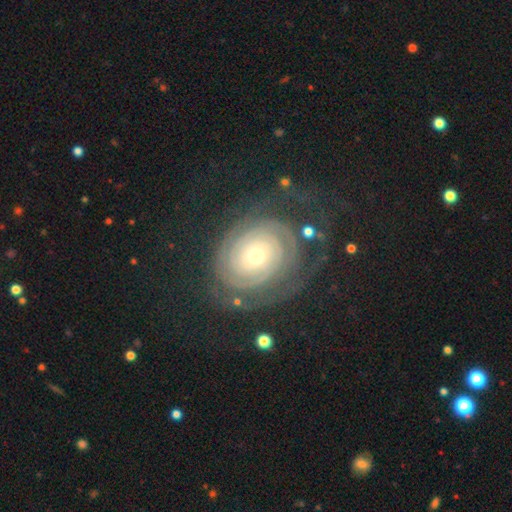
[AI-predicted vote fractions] The model was most divided on "spiral arm count": 2: 36%, can't tell: 29%, 3: 12%, 4: 8%, more than 4: 8%, 1: 7%. More confident: edge-on disk — no (97%); spiral arms — yes (96%); spiral winding — tight (85%); smooth or featured — featured or disk (85%); bar — no (81%); merging — none (70%); bulge size — small (61%).